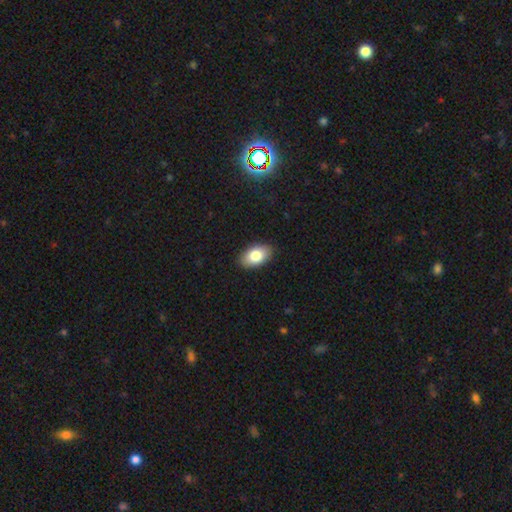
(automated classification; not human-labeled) Q: Smooth or featured?
A: smooth (82%); runner-up: featured or disk (11%)
Q: How rounded?
A: in between (93%); runner-up: round (5%)
Q: Merging?
A: none (89%); runner-up: minor disturbance (8%)